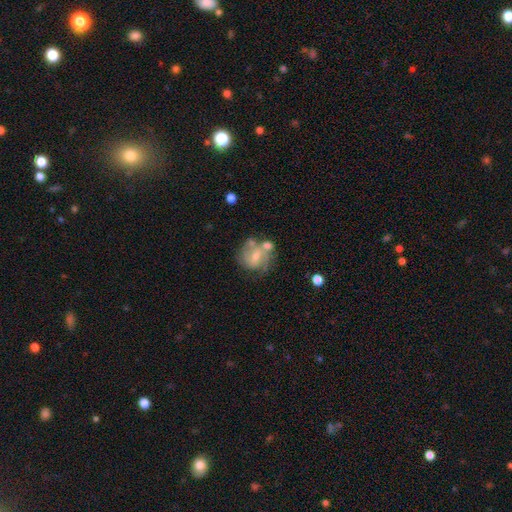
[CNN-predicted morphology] Smooth or featured? Predicted: featured or disk (p=0.60). Edge-on disk? Predicted: no (p=0.97). Bar? Predicted: weak (p=0.48). Spiral arms? Predicted: yes (p=0.74). Bulge size? Predicted: small (p=0.45). Merging? Predicted: none (p=0.41).